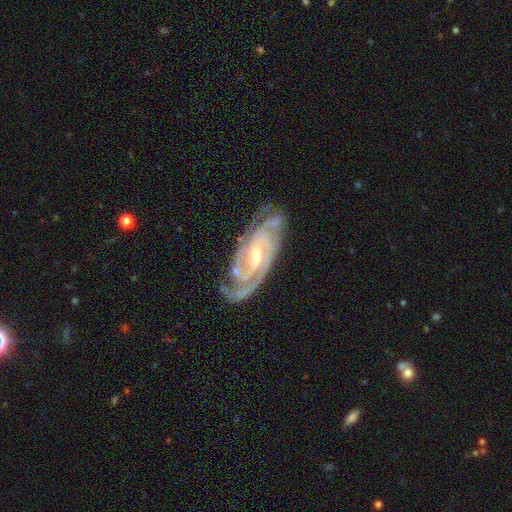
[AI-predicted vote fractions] Smooth or featured: featured or disk — 93% (star or artifact — 4%)
Edge-on disk: no — 95% (yes — 5%)
Bar: weak — 42% (strong — 29%)
Spiral arms: yes — 98% (no — 2%)
Spiral winding: tight — 67% (medium — 29%)
Spiral arm count: 2 — 37% (3 — 31%)
Bulge size: small — 54% (moderate — 43%)
Merging: none — 75% (minor disturbance — 18%)